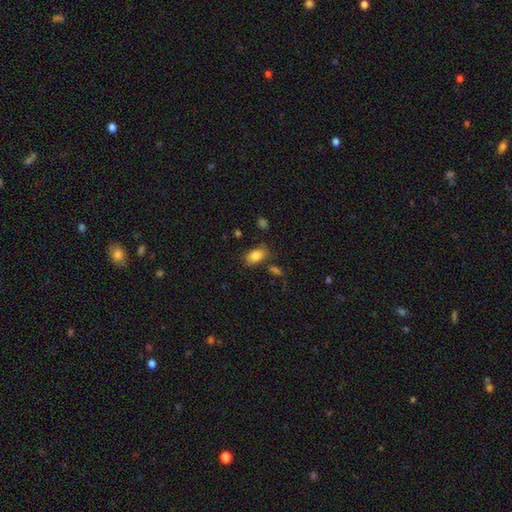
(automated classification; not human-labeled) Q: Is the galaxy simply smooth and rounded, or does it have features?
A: smooth — 85%.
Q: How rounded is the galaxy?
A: in between — 89%.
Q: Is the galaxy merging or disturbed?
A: none — 73%.